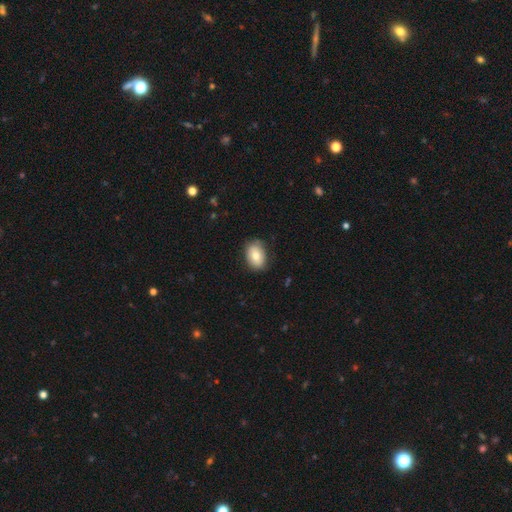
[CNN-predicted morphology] Smooth or featured? Predicted: smooth (p=0.79). How rounded? Predicted: in between (p=0.83). Merging? Predicted: none (p=0.82).